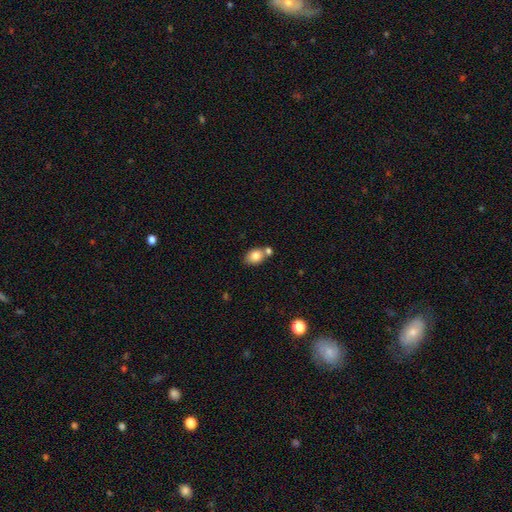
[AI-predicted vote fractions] This appears to be a smooth galaxy with no disk features (81%) that is in between round and cigar-shaped (74%). Merging: none (55%).